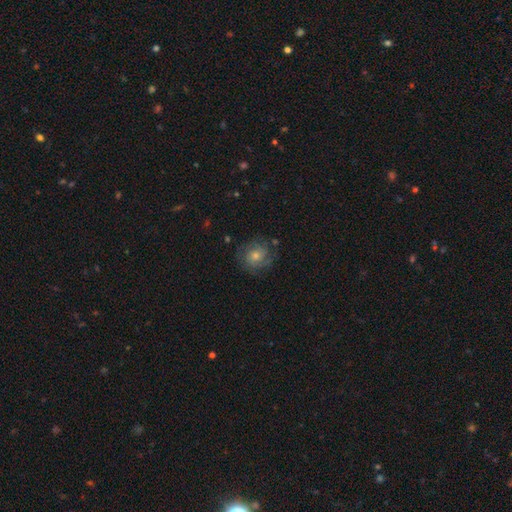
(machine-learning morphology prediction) smooth-or-featured: featured or disk: 61% | smooth: 26% | star or artifact: 13%
  disk-edge-on: no: 97% | yes: 3%
    bar: no: 73% | weak: 23% | strong: 4%
    has-spiral-arms: yes: 89% | no: 11%
      spiral-winding: tight: 59% | medium: 32% | loose: 9%
      spiral-arm-count: can't tell: 35% | 2: 30% | 3: 19% | 4: 6% | 1: 5% | more than 4: 4%
    bulge-size: moderate: 56% | small: 36% | large: 5% | none: 2% | dominant: 1%
  merging: none: 79% | minor disturbance: 14% | major disturbance: 6% | merger: 1%